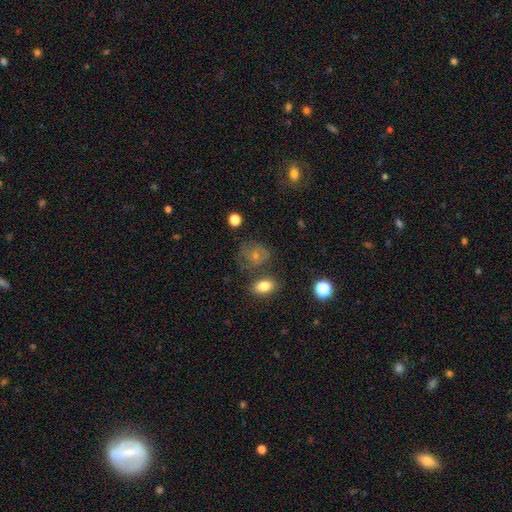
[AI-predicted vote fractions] Overall: smooth (58%; featured or disk 28%). How rounded: round (59%; in between 39%). Merging: none (54%; minor disturbance 23%).